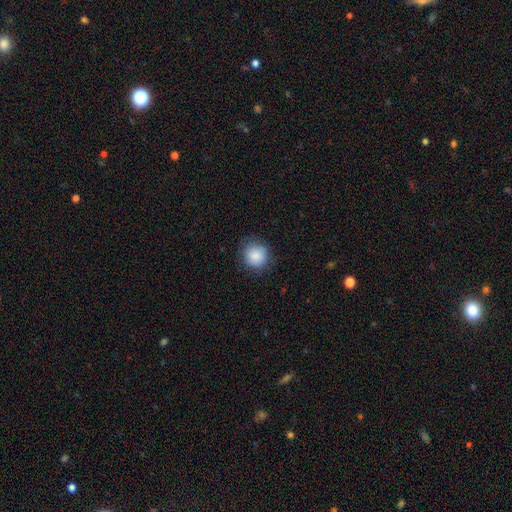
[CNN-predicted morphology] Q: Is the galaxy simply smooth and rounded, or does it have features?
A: smooth — 86%.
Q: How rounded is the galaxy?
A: round — 89%.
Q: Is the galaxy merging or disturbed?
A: none — 81%.